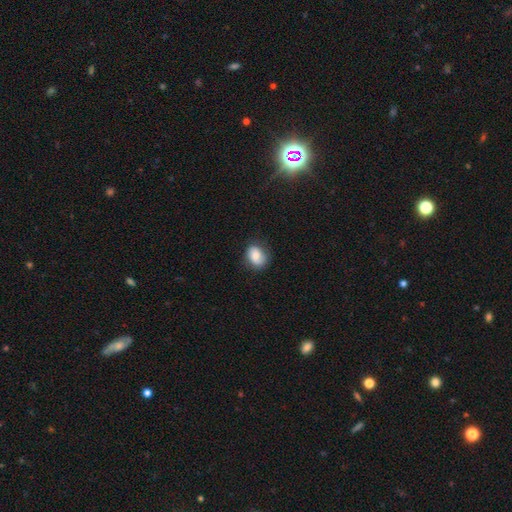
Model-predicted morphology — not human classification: This appears to be a smooth galaxy with no disk features (75%) that is in between round and cigar-shaped (64%). Merging: none (72%).